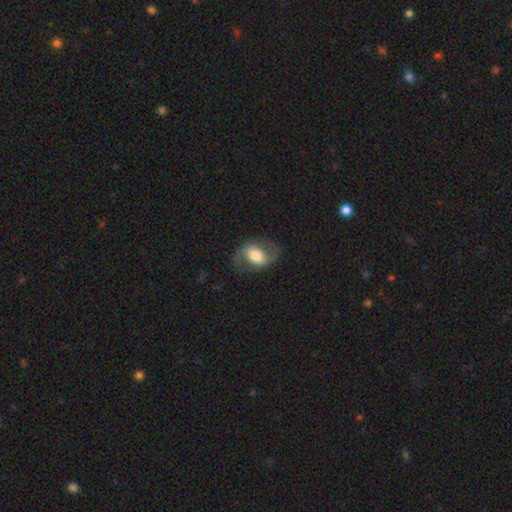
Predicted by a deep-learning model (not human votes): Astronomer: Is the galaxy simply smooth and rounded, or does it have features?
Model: featured or disk — 74%.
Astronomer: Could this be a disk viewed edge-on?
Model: no — 96%.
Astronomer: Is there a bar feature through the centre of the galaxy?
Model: weak — 39% (runner-up: no, 32%).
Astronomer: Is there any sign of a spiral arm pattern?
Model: yes — 88%.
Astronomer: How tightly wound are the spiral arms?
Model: loose — 48% (runner-up: medium, 42%).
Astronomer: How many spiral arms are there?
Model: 2 — 91%.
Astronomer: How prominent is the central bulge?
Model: moderate — 54%.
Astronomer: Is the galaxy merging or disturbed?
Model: none — 76%.